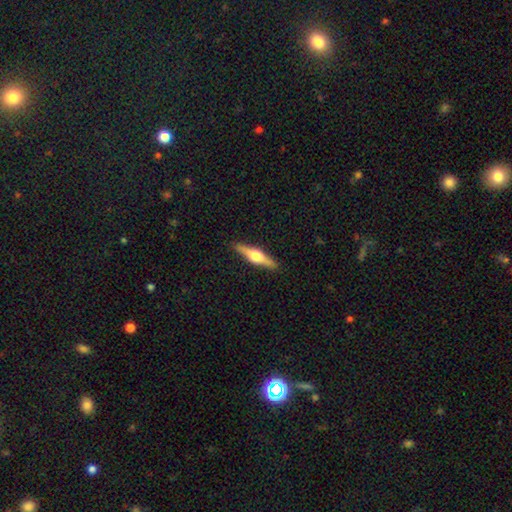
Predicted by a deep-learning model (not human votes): A featured or disk galaxy (67%) viewed edge-on (97%) with a rounded central bulge (94%). Merging: none (90%).